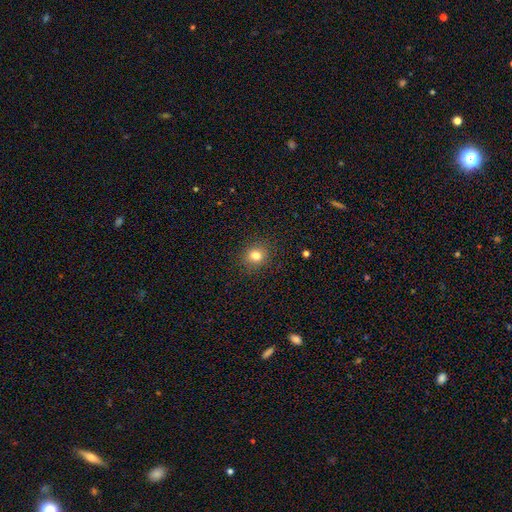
smooth_or_featured: smooth (p=0.86) [alt: featured or disk p=0.08]
how_rounded: round (p=0.87) [alt: in between p=0.10]
merging: none (p=0.94) [alt: minor disturbance p=0.03]